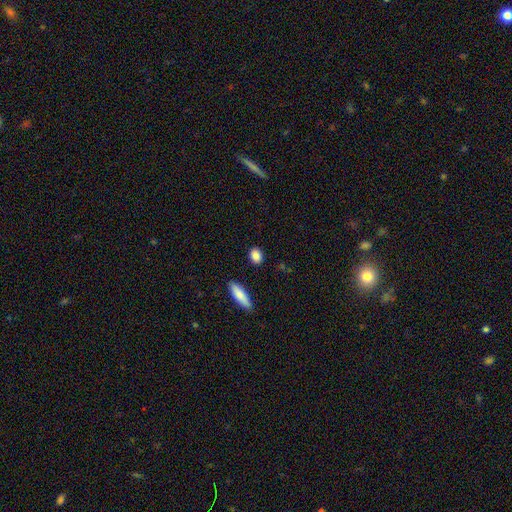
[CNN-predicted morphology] type=smooth (87%); roundness=in between (59%); merging=none (88%).